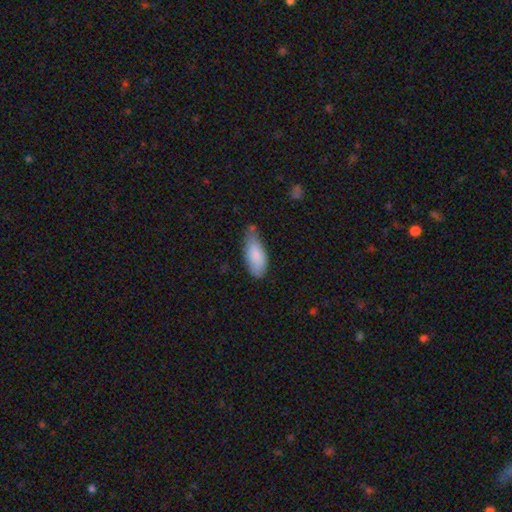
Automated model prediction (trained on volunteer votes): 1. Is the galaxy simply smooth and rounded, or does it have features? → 85% smooth, 9% featured or disk, 6% star or artifact.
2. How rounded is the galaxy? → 84% in between, 14% cigar-shaped, 2% round.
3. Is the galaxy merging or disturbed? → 47% none, 40% minor disturbance, 8% major disturbance, 5% merger.